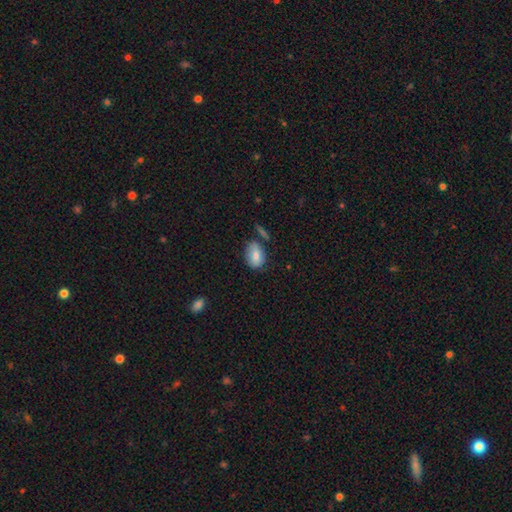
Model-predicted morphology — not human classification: smooth 78%, featured or disk 14%, star or artifact 8%. Down the decision tree: how rounded — in between (79%); merging — none (63%).